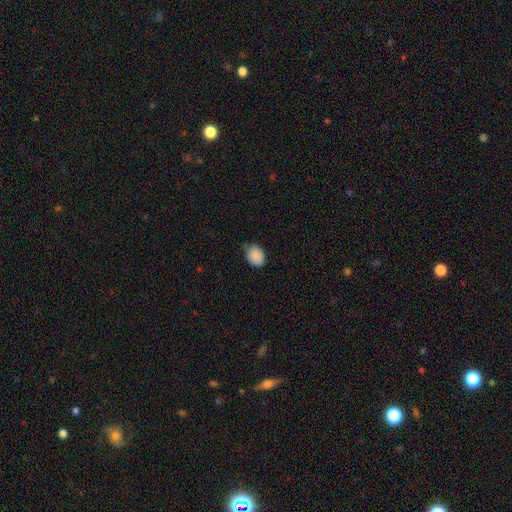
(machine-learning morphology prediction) The model was most divided on "how rounded": in between: 66%, round: 33%, cigar-shaped: 1%. More confident: smooth or featured — smooth (89%); merging — none (67%).